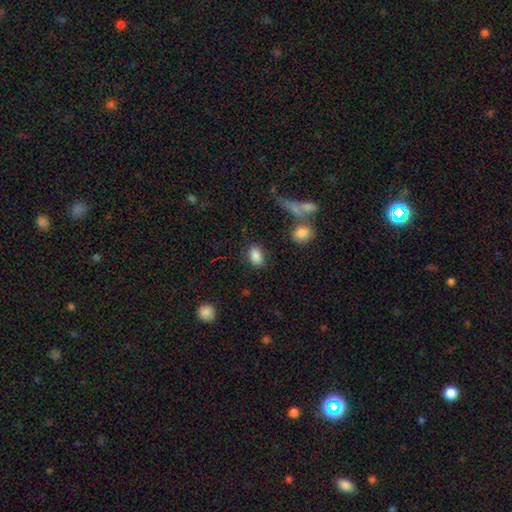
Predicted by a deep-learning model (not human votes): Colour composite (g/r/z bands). It shows a smooth galaxy with no disk features (86%) that is in between round and cigar-shaped (83%). Merging: none (78%).